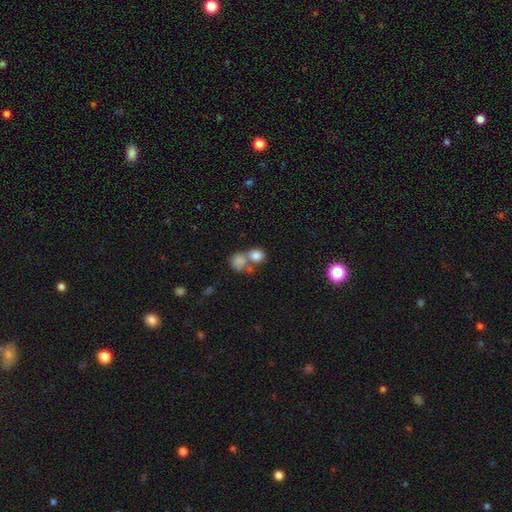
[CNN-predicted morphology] This is clearly a smooth galaxy (81%). How rounded: likely round (76%). Merging: possibly merger (47%).